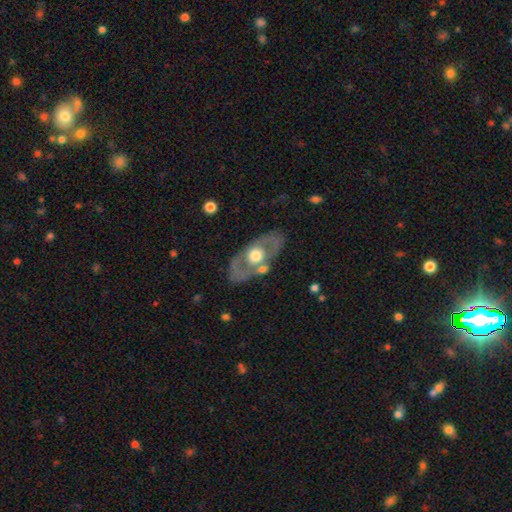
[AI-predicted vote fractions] Q: Smooth or featured?
A: featured or disk (62%); runner-up: smooth (33%)
Q: Edge-on disk?
A: no (84%); runner-up: yes (16%)
Q: Bar?
A: no (89%); runner-up: weak (8%)
Q: Spiral arms?
A: no (83%); runner-up: yes (17%)
Q: Bulge size?
A: moderate (57%); runner-up: large (35%)
Q: Merging?
A: none (72%); runner-up: minor disturbance (14%)